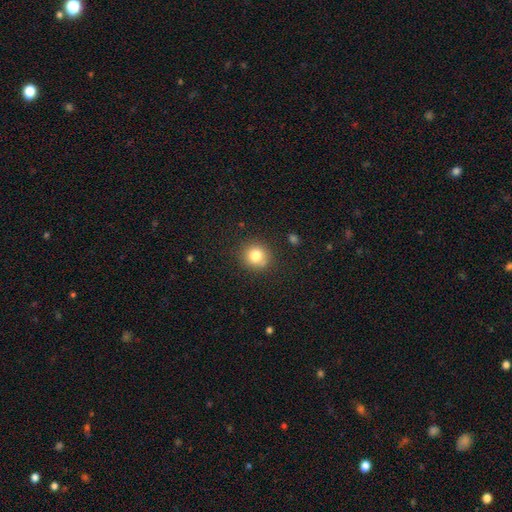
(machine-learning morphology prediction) This appears to be a smooth galaxy with no disk features (81%) that is round (89%). Merging: none (84%).